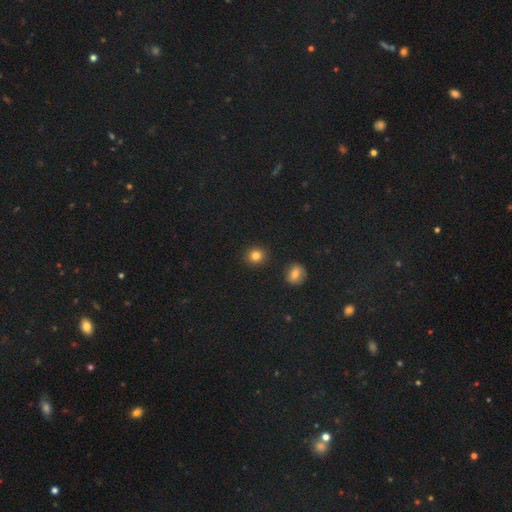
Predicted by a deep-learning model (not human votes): This is clearly a smooth galaxy (83%). How rounded: clearly round (89%). Merging: clearly none (91%).